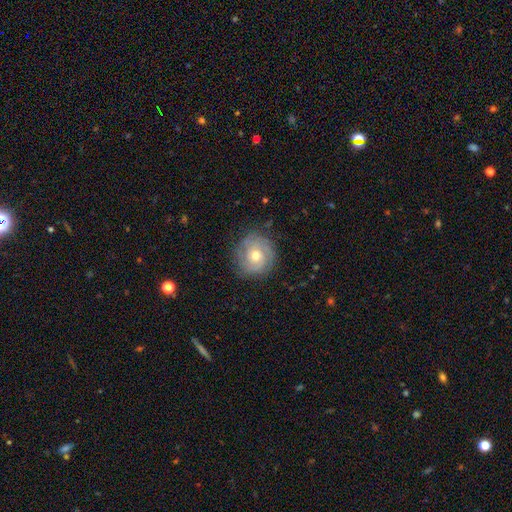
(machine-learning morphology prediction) smooth_or_featured: featured or disk (p=0.71) [alt: smooth p=0.21]
disk_edge_on: no (p=0.97) [alt: yes p=0.03]
bar: no (p=0.77) [alt: weak p=0.19]
has_spiral_arms: yes (p=0.89) [alt: no p=0.11]
spiral_winding: tight (p=0.72) [alt: medium p=0.22]
spiral_arm_count: can't tell (p=0.36) [alt: 2 p=0.26]
bulge_size: moderate (p=0.70) [alt: small p=0.25]
merging: none (p=0.80) [alt: minor disturbance p=0.14]